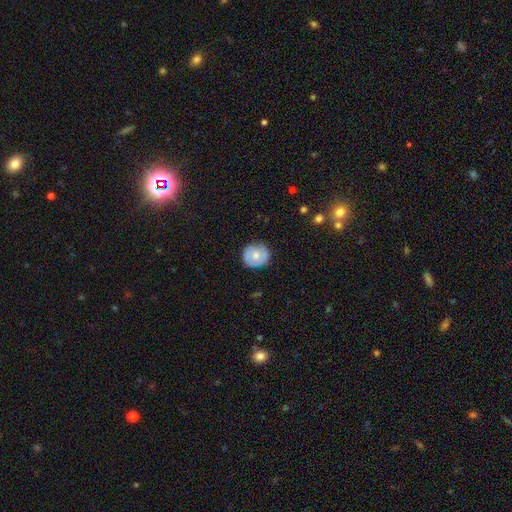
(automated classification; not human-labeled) A featured or disk galaxy (47%).

Vote fractions:
- Smooth or featured? featured or disk: 47% / smooth: 46% / star or artifact: 7%
- Merging? none: 78% / minor disturbance: 17% / major disturbance: 4% / merger: 1%